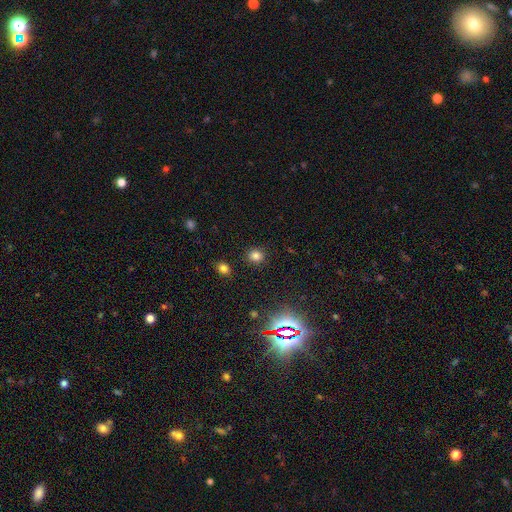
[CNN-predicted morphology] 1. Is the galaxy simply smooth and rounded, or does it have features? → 78% smooth, 17% star or artifact, 5% featured or disk.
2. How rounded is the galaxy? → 83% round, 16% in between, 1% cigar-shaped.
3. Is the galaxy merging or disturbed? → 89% none, 6% minor disturbance, 2% major disturbance, 2% merger.